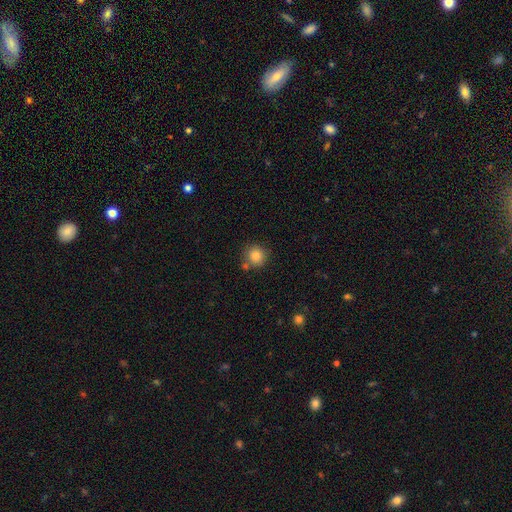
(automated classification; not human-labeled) smooth_or_featured: smooth (p=0.83) [alt: star or artifact p=0.10]
how_rounded: round (p=0.93) [alt: in between p=0.06]
merging: none (p=0.77) [alt: merger p=0.10]